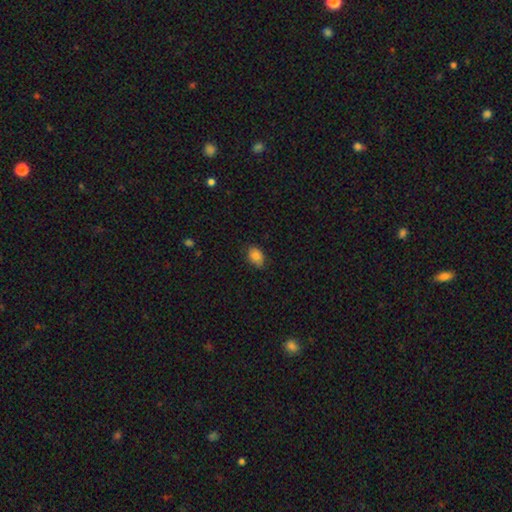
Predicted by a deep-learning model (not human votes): smooth_or_featured: smooth (p=0.85) [alt: star or artifact p=0.09]
how_rounded: in between (p=0.76) [alt: round p=0.23]
merging: none (p=0.72) [alt: minor disturbance p=0.23]